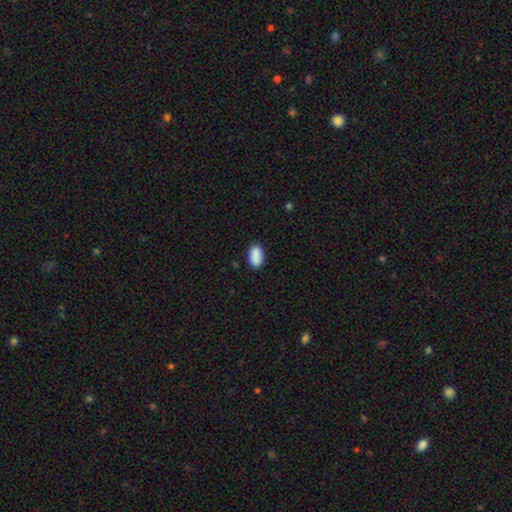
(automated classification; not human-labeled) This is clearly a smooth galaxy (90%). How rounded: clearly in between (94%). Merging: clearly none (87%).